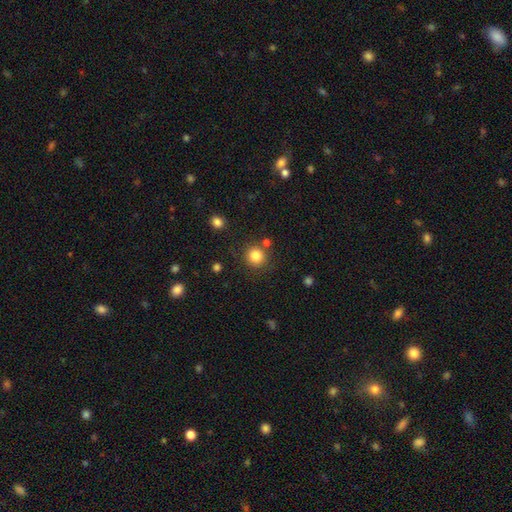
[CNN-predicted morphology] Smooth or featured? smooth (83%)
How rounded? round (93%)
Merging? none (82%)